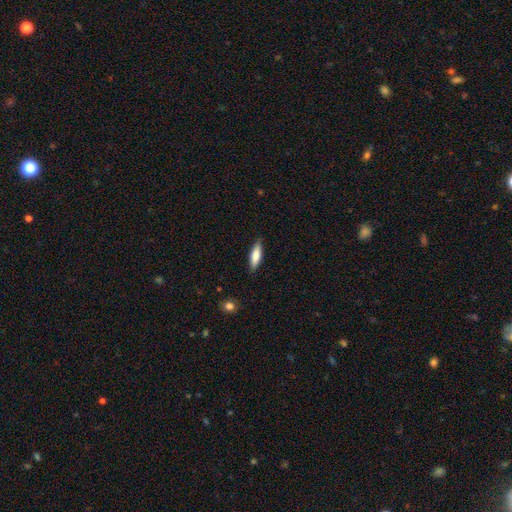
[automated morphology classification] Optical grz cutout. It shows a smooth galaxy with no disk features (74%) that is cigar-shaped (56%). Merging: none (88%).